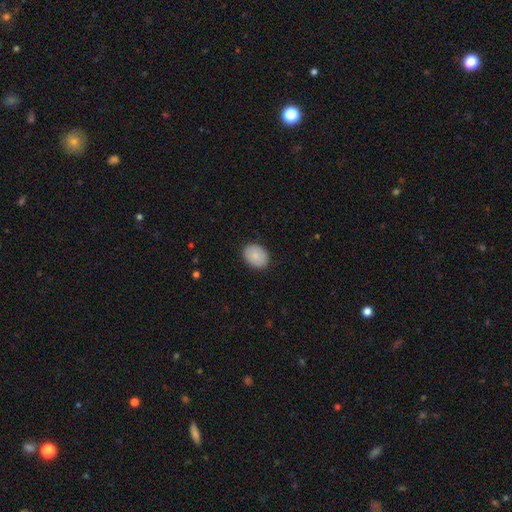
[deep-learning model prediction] Smooth or featured? smooth (87%)
How rounded? in between (65%)
Merging? none (88%)